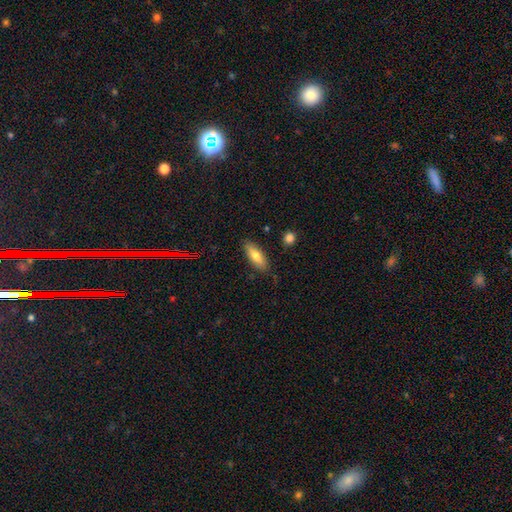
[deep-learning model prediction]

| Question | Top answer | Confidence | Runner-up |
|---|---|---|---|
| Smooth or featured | smooth | 75% | featured or disk (18%) |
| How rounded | in between | 61% | cigar-shaped (36%) |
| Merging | none | 84% | minor disturbance (12%) |